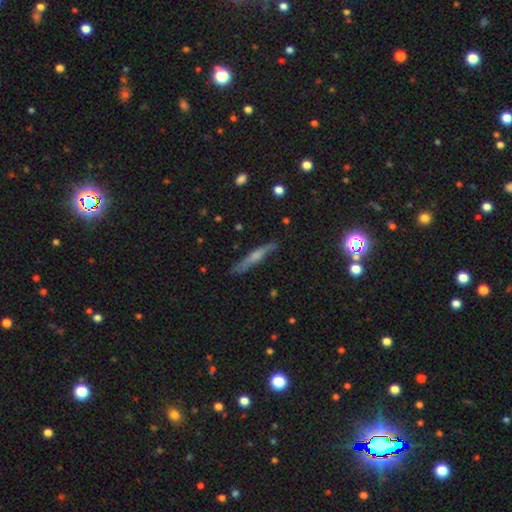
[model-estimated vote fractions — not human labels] This appears to be a featured or disk galaxy (57%) viewed edge-on (91%) with a rounded central bulge (61%). Merging: none (83%).